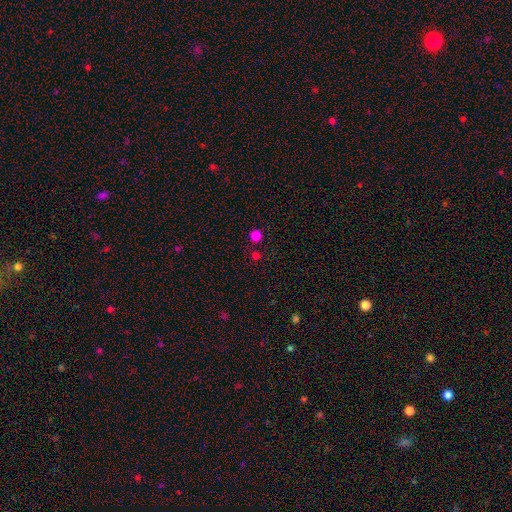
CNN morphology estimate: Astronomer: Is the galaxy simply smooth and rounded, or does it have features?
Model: smooth — 74%.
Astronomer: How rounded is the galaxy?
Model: round — 94%.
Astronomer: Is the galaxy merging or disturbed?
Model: none — 85%.